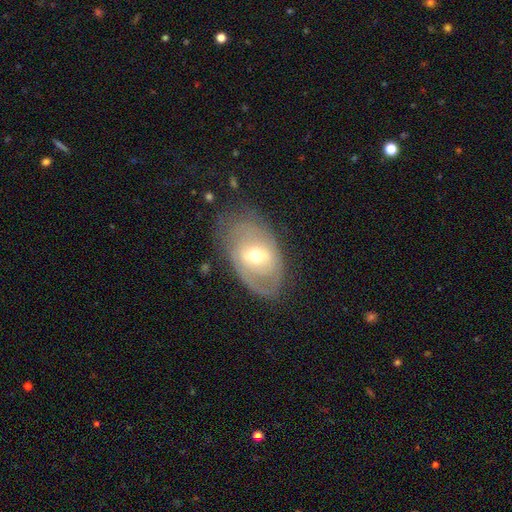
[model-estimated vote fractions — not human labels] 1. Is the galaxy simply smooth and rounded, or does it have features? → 67% featured or disk, 26% smooth, 7% star or artifact.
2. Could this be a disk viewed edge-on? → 92% no, 8% yes.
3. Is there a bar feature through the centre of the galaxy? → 47% weak, 33% no, 20% strong.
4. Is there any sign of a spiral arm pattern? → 65% yes, 35% no.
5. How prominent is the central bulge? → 63% moderate, 30% small, 5% large, 1% dominant, 1% none.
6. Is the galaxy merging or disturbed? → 66% none, 22% minor disturbance, 11% major disturbance, 2% merger.